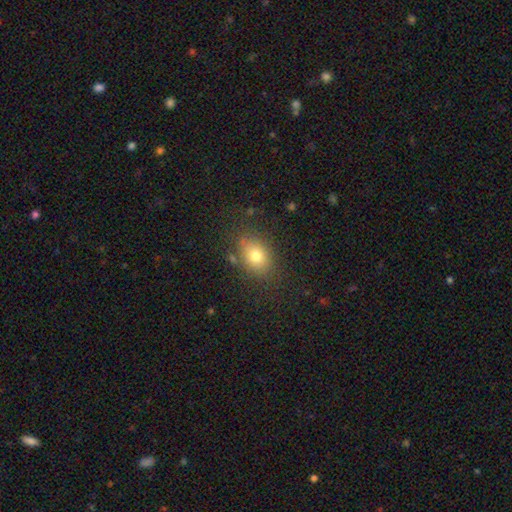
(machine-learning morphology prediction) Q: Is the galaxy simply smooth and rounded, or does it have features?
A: smooth — 76%.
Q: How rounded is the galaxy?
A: in between — 69%.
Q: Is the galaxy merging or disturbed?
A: none — 79%.